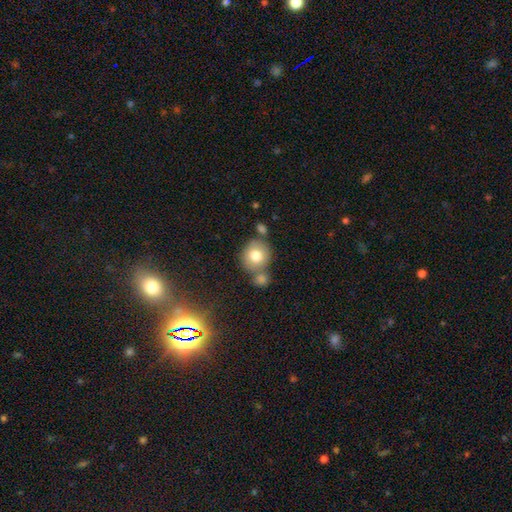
Smooth or featured?
  - smooth: 80% *
  - featured or disk: 18%
  - star or artifact: 2%
How rounded?
  - round: 84% *
  - in between: 16%
  - cigar-shaped: 0%
Merging?
  - none: 51% *
  - merger: 31%
  - minor disturbance: 13%
  - major disturbance: 5%